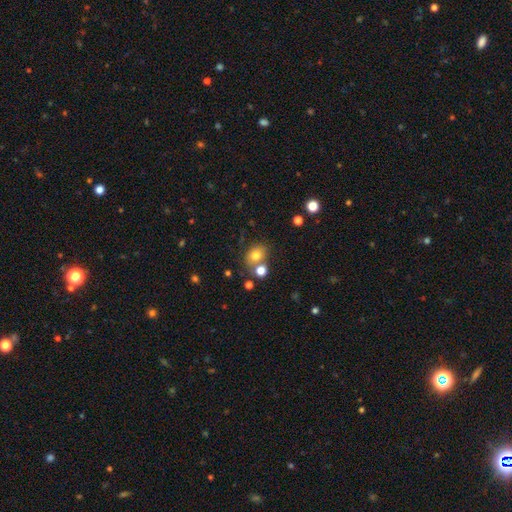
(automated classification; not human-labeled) A smooth galaxy with no disk features (76%) that is round (53%). Merging: none (61%).